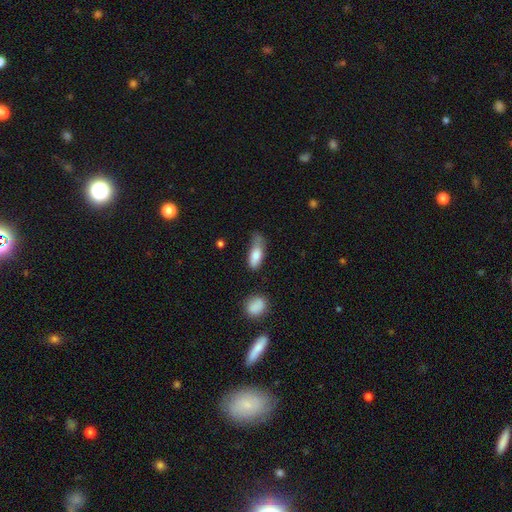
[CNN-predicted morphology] Smooth or featured: smooth — 79% (featured or disk — 14%)
How rounded: in between — 69% (cigar-shaped — 27%)
Merging: minor disturbance — 42% (none — 35%)